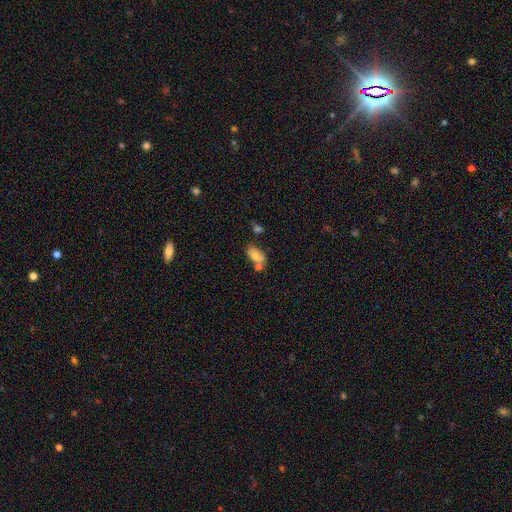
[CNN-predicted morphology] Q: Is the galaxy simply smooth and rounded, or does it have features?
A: smooth — 75%.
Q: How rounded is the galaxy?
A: in between — 90%.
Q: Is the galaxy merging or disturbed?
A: none — 50%.